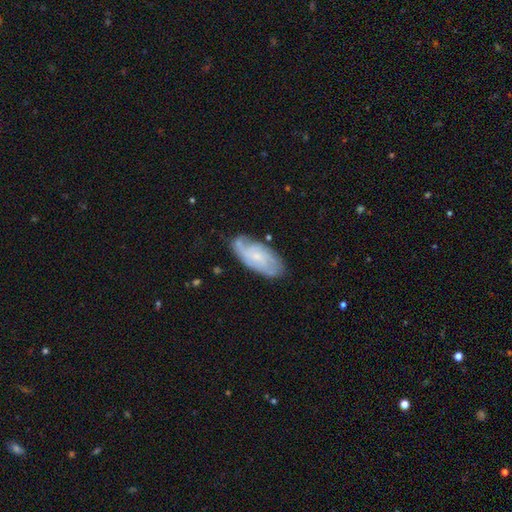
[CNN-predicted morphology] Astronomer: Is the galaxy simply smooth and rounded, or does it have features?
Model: featured or disk — 62%.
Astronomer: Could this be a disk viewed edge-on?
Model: no — 91%.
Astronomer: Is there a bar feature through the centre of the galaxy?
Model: no — 72%.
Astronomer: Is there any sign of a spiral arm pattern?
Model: yes — 85%.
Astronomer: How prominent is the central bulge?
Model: small — 73%.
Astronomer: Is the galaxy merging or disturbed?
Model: none — 68%.